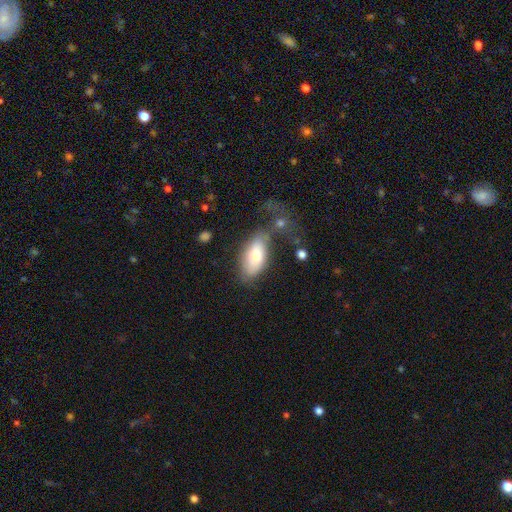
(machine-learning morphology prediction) type=smooth (75%); roundness=in between (92%); merging=none (49%).